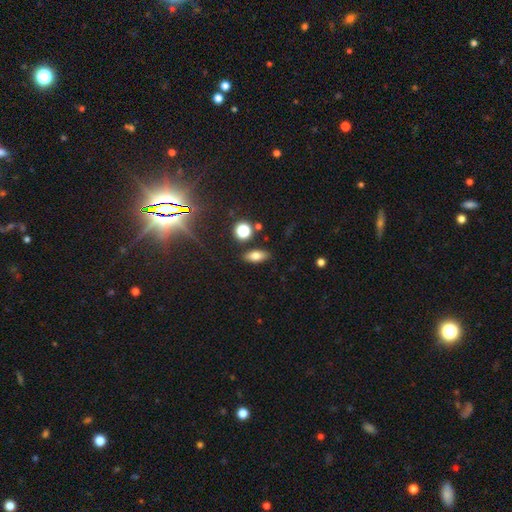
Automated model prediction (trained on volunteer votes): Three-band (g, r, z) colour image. It shows a smooth galaxy with no disk features (72%) that is in between round and cigar-shaped (78%). Merging: none (85%).